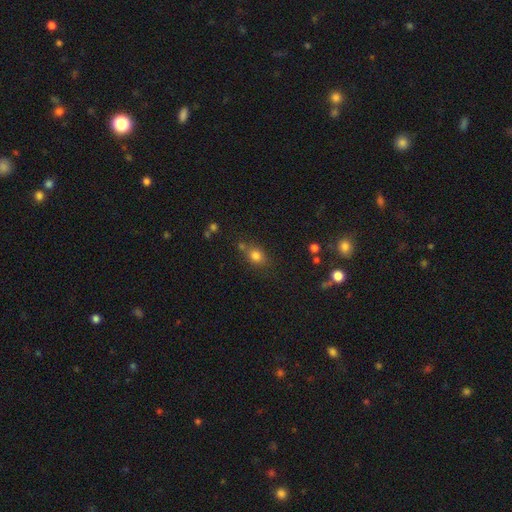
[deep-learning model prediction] Smooth or featured: smooth — 79% (star or artifact — 14%)
How rounded: round — 56% (in between — 43%)
Merging: none — 66% (minor disturbance — 16%)